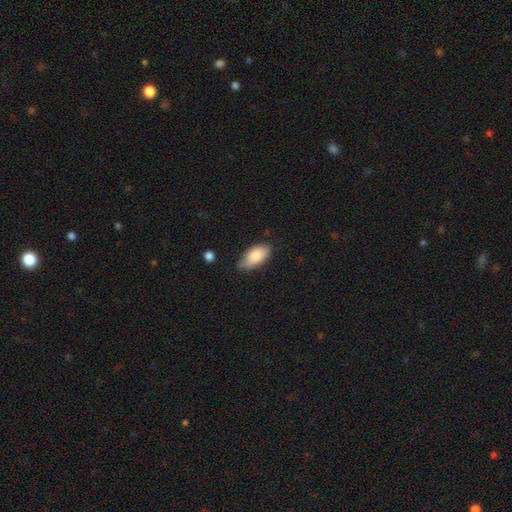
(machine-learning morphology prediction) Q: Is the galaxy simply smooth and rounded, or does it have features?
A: smooth — 85%.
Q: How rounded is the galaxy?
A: in between — 92%.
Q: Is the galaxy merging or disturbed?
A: none — 68%.